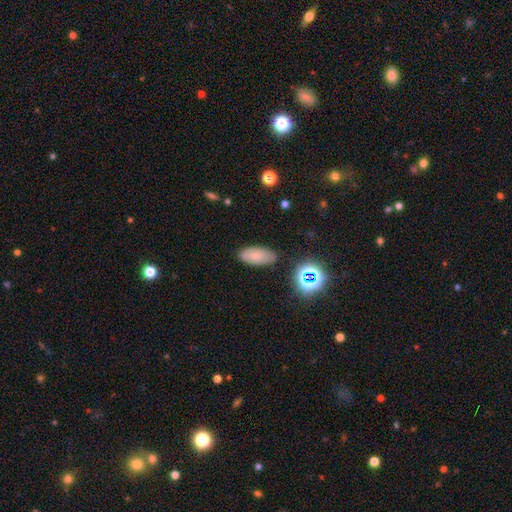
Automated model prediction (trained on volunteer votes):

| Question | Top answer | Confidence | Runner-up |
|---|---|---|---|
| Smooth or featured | smooth | 76% | star or artifact (12%) |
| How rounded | in between | 90% | cigar-shaped (7%) |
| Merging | none | 83% | minor disturbance (12%) |